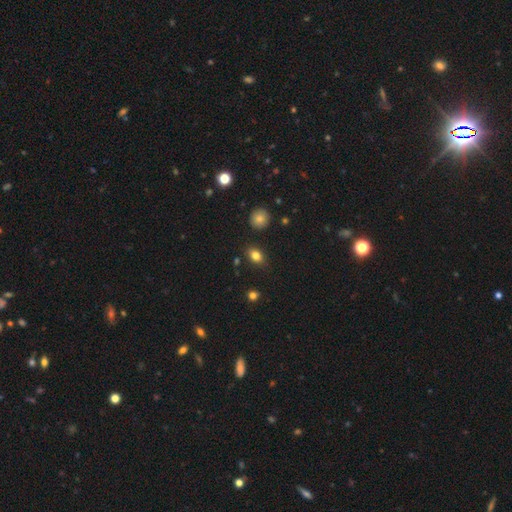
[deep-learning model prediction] smooth 82%, star or artifact 11%, featured or disk 7%. Down the decision tree: how rounded — in between (76%); merging — none (85%).